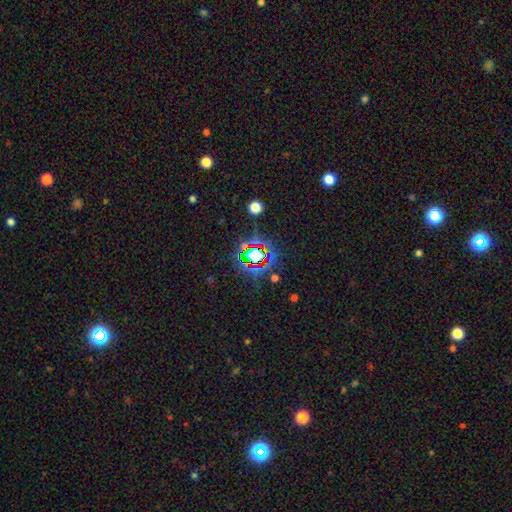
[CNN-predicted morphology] The model was most divided on "smooth or featured": star or artifact: 71%, smooth: 17%, featured or disk: 12%.